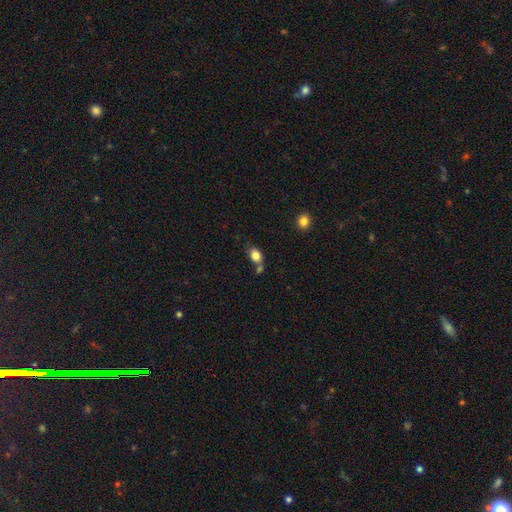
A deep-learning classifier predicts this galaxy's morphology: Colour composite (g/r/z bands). It shows a smooth galaxy with no disk features (83%) that is in between round and cigar-shaped (73%). Merging: none (56%).